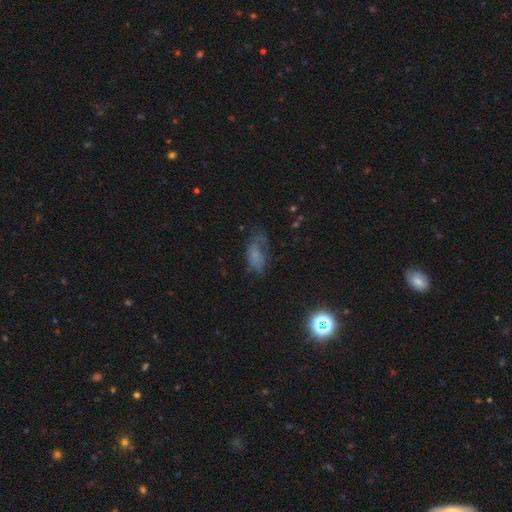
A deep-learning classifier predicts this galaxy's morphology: smooth-or-featured: smooth: 46% | featured or disk: 34% | star or artifact: 20%
  merging: none: 40% | major disturbance: 30% | minor disturbance: 27% | merger: 3%